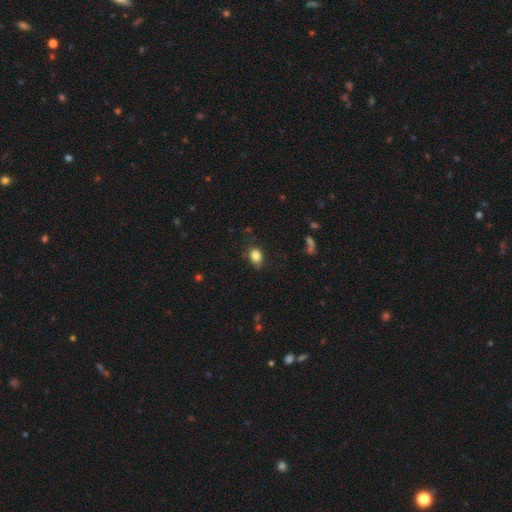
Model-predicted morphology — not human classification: Smooth or featured? smooth (83%)
How rounded? in between (65%)
Merging? none (76%)